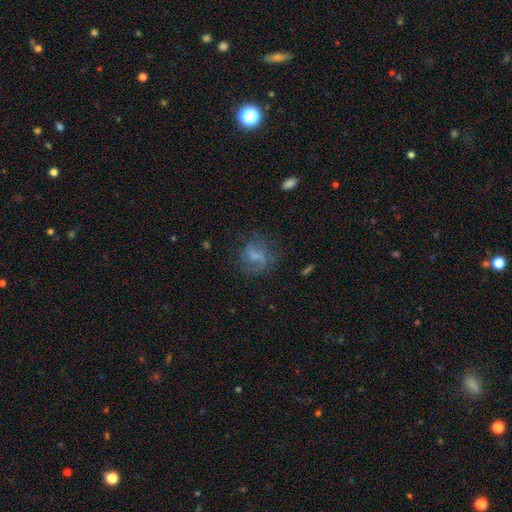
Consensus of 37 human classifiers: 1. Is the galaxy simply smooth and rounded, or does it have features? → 65% featured or disk, 27% smooth, 8% star or artifact.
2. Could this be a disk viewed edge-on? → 92% no, 8% yes.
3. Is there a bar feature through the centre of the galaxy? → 59% no, 32% weak, 9% strong.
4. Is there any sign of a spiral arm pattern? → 86% yes, 14% no.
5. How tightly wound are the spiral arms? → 53% medium, 26% tight, 21% loose.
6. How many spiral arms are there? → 53% 2, 21% 1, 21% can't tell, 5% 3, 0% 4, 0% more than 4.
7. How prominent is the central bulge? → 45% small, 27% moderate, 27% none, 0% dominant, 0% large.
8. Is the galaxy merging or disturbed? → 44% none, 32% minor disturbance, 24% major disturbance, 0% merger.